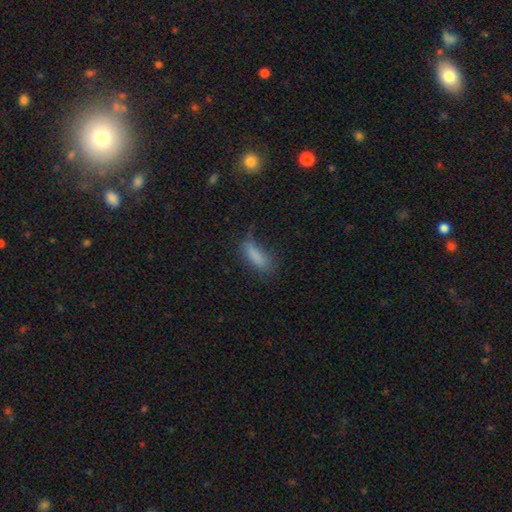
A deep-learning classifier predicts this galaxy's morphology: This appears to be a smooth galaxy with no disk features (82%) that is in between round and cigar-shaped (51%). Merging: none (59%).